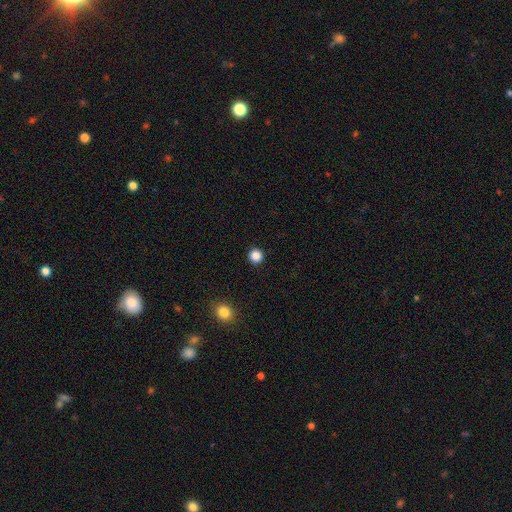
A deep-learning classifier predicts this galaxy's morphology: Q: Smooth or featured?
A: smooth (85%); runner-up: star or artifact (12%)
Q: How rounded?
A: round (95%); runner-up: in between (4%)
Q: Merging?
A: none (93%); runner-up: minor disturbance (4%)